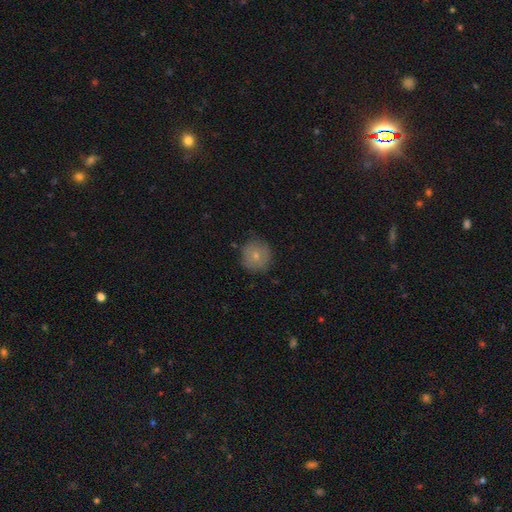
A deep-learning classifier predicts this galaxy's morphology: Q: Smooth or featured?
A: smooth (75%); runner-up: featured or disk (16%)
Q: How rounded?
A: round (93%); runner-up: in between (6%)
Q: Merging?
A: none (79%); runner-up: minor disturbance (16%)